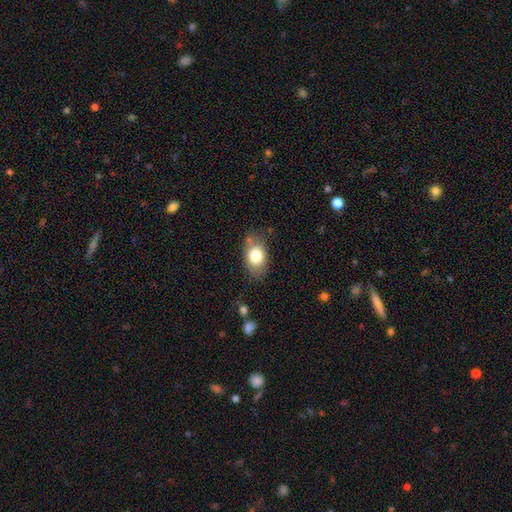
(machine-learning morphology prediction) Smooth or featured?
  - smooth: 78% *
  - featured or disk: 14%
  - star or artifact: 8%
How rounded?
  - in between: 80% *
  - round: 19%
  - cigar-shaped: 1%
Merging?
  - none: 73% *
  - minor disturbance: 18%
  - major disturbance: 5%
  - merger: 4%